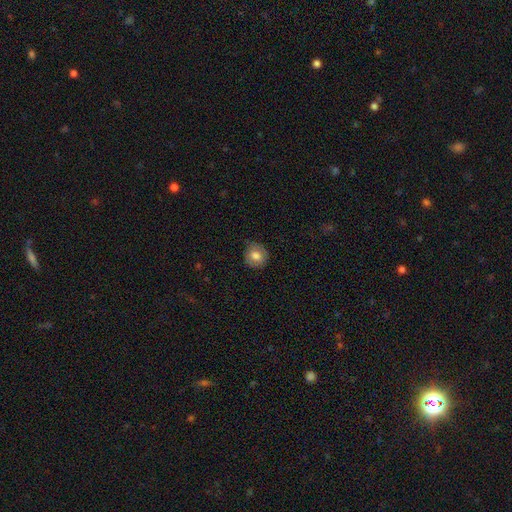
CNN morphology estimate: A smooth galaxy with no disk features (75%) that is round (81%).

Vote fractions:
- Smooth or featured? smooth: 75% / featured or disk: 16% / star or artifact: 9%
- How rounded? round: 81% / in between: 18% / cigar-shaped: 1%
- Merging? none: 73% / minor disturbance: 21% / major disturbance: 5% / merger: 1%